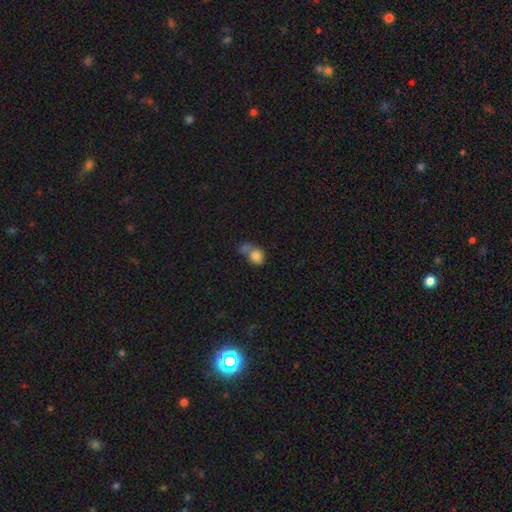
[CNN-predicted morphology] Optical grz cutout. It shows a smooth galaxy with no disk features (81%) that is in between round and cigar-shaped (50%). Merging: merger (56%).